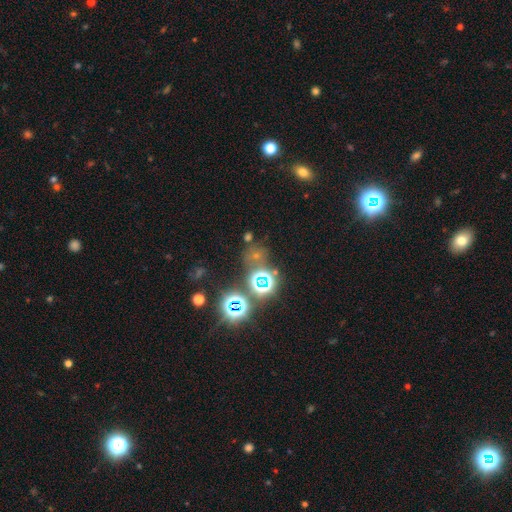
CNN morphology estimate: A star or artifact, not a galaxy (51%).